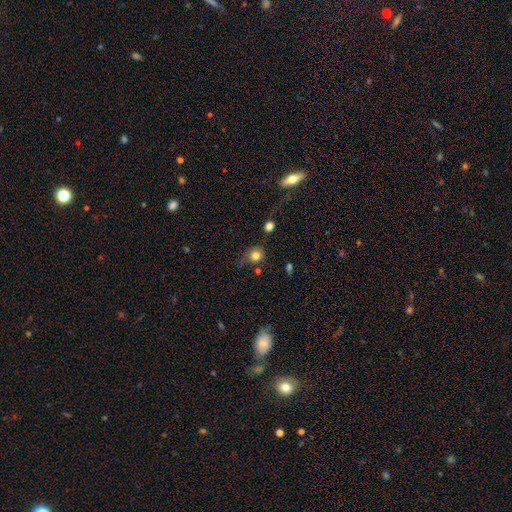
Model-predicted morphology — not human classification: A smooth galaxy with no disk features (80%) that is round (81%). Merging: none (60%).